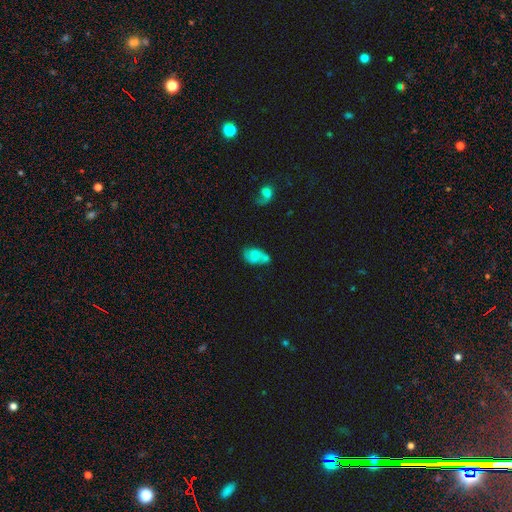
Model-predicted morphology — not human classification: A smooth galaxy with no disk features (50%).

Vote fractions:
- Smooth or featured? smooth: 50% / featured or disk: 40% / star or artifact: 10%
- Merging? none: 37% / minor disturbance: 25% / merger: 23% / major disturbance: 14%